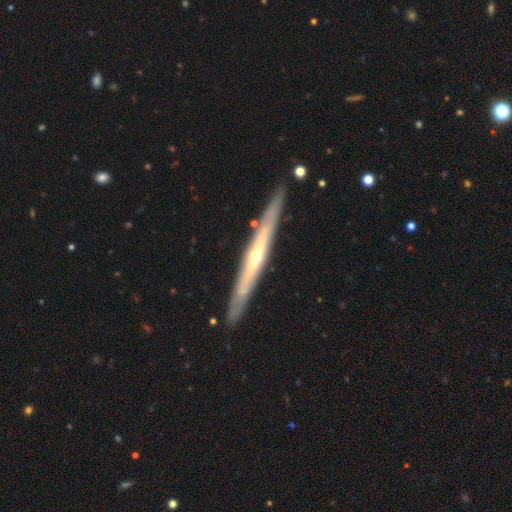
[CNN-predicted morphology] Smooth or featured? featured or disk (78%)
Edge-on disk? yes (94%)
Edge-on bulge? rounded (71%)
Merging? none (89%)